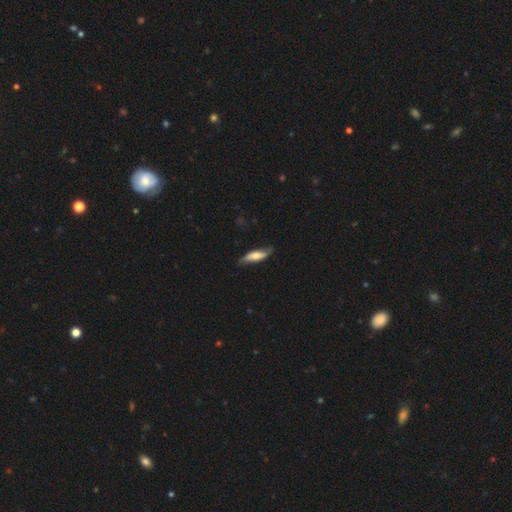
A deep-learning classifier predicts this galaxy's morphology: Smooth or featured?
  - smooth: 53% *
  - featured or disk: 42%
  - star or artifact: 6%
How rounded?
  - cigar-shaped: 54% *
  - in between: 43%
  - round: 2%
Merging?
  - none: 71% *
  - minor disturbance: 23%
  - major disturbance: 5%
  - merger: 1%